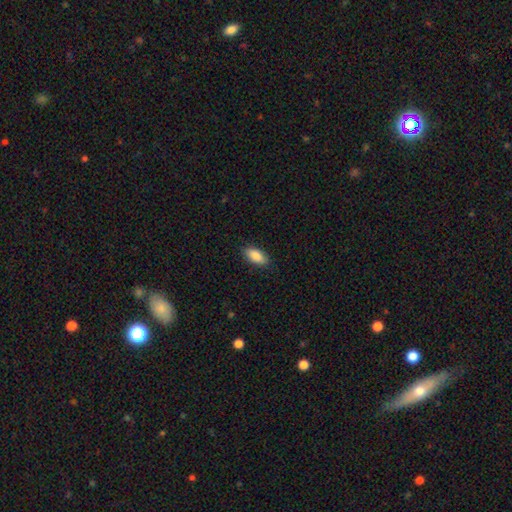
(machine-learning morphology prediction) smooth-or-featured: smooth: 88% | star or artifact: 7% | featured or disk: 6%
  how-rounded: in between: 89% | cigar-shaped: 9% | round: 2%
  merging: none: 87% | minor disturbance: 10% | major disturbance: 2% | merger: 1%